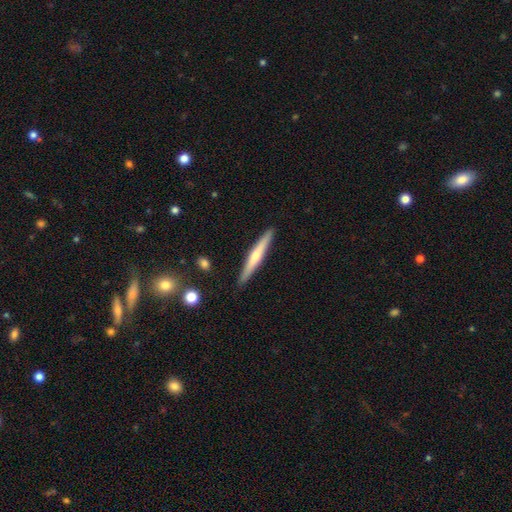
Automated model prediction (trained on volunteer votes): This is possibly a featured or disk galaxy (52%). It is clearly viewed edge-on (97%). Edge-on bulge: likely rounded (65%). Merging: clearly none (90%).